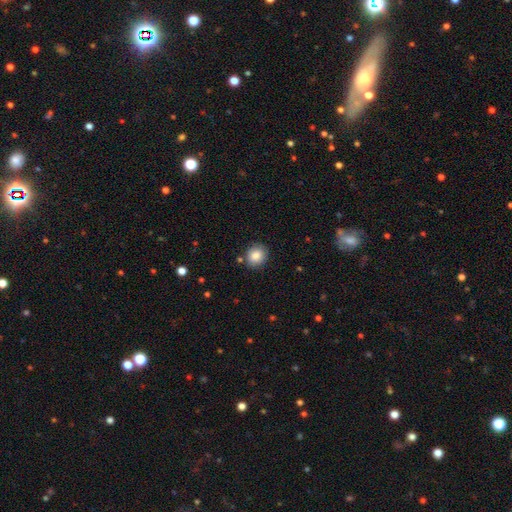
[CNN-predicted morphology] Smooth or featured? smooth (85%)
How rounded? round (74%)
Merging? none (85%)